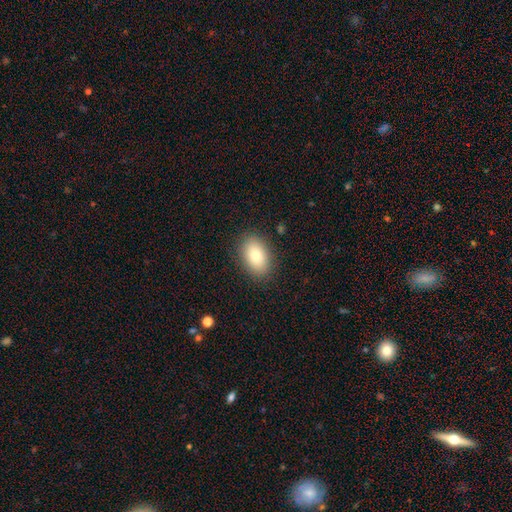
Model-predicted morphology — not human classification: smooth 82%, featured or disk 10%, star or artifact 8%. Down the decision tree: how rounded — in between (89%); merging — none (87%).